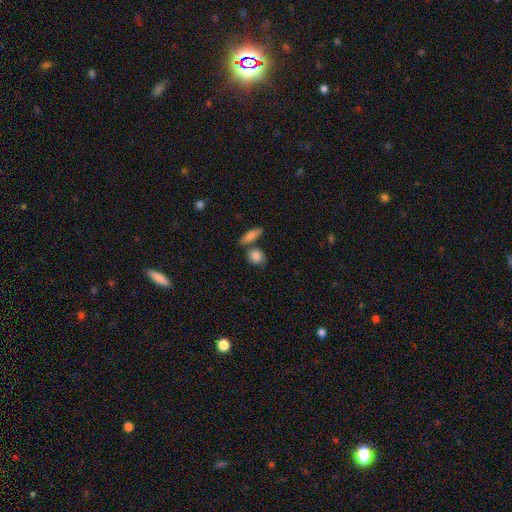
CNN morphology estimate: smooth_or_featured: smooth (p=0.81) [alt: featured or disk p=0.12]
how_rounded: round (p=0.57) [alt: in between p=0.38]
merging: none (p=0.57) [alt: merger p=0.22]